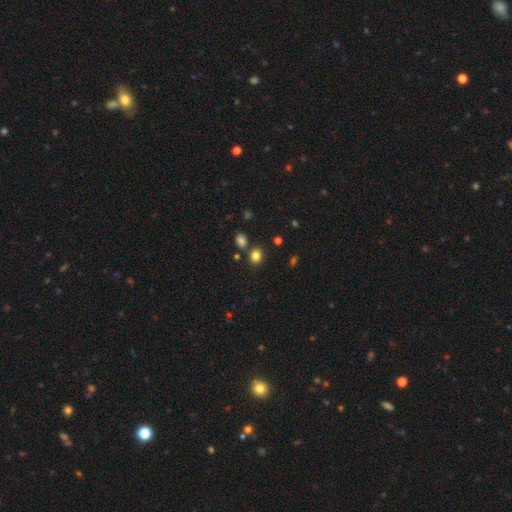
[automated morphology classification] smooth_or_featured: smooth (p=0.82) [alt: star or artifact p=0.12]
how_rounded: round (p=0.62) [alt: in between p=0.37]
merging: none (p=0.78) [alt: merger p=0.10]